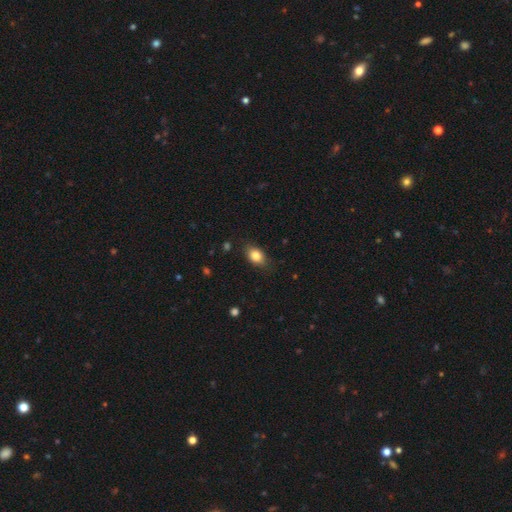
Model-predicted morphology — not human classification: type=smooth (83%); roundness=in between (82%); merging=none (81%).